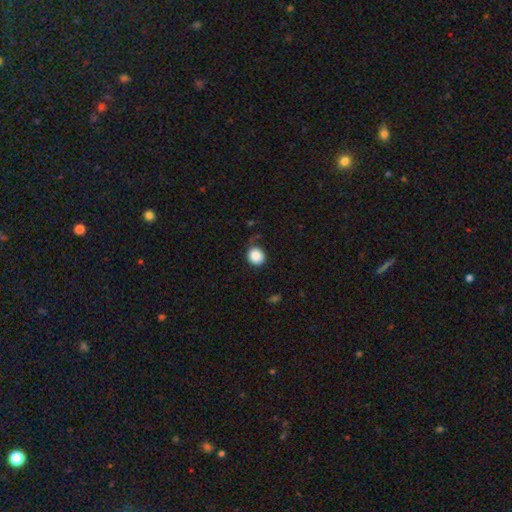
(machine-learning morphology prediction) This is clearly a smooth galaxy (88%). How rounded: clearly round (85%). Merging: likely none (62%).